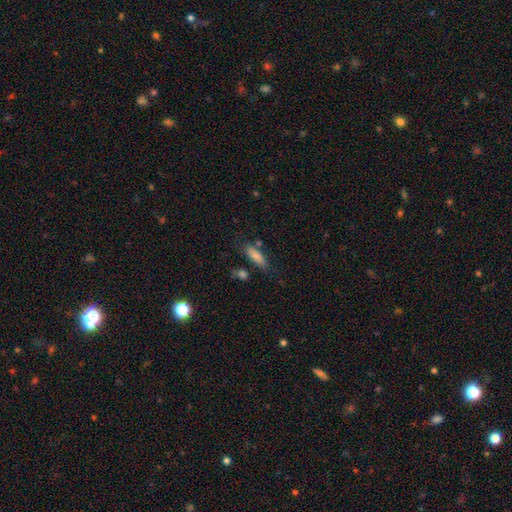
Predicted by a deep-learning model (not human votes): Smooth or featured? Predicted: smooth (p=0.82). How rounded? Predicted: cigar-shaped (p=0.51). Merging? Predicted: none (p=0.72).